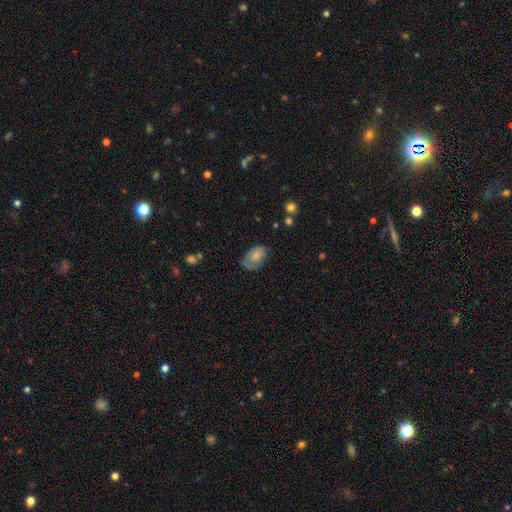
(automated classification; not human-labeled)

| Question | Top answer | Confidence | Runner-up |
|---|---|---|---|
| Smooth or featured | smooth | 72% | featured or disk (20%) |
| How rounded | in between | 90% | round (8%) |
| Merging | none | 57% | minor disturbance (30%) |